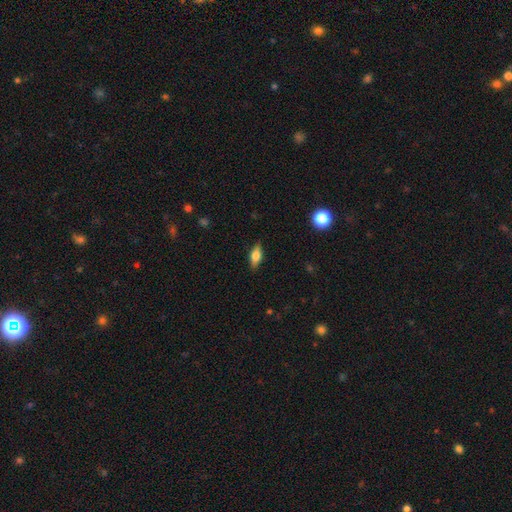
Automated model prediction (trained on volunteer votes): This appears to be a smooth galaxy with no disk features (66%) that is in between round and cigar-shaped (77%). Merging: none (86%).